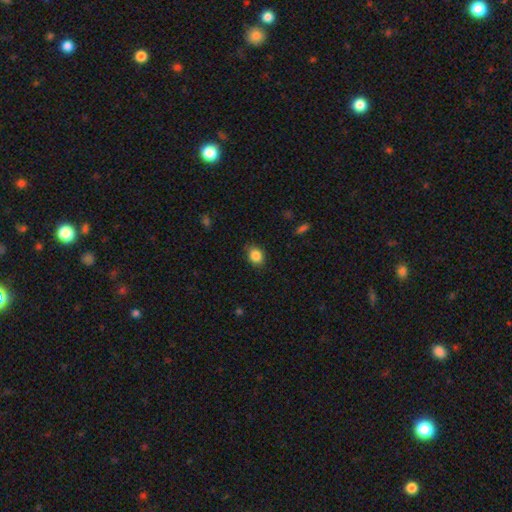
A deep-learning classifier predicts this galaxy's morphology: Smooth or featured?
  - smooth: 86% *
  - star or artifact: 9%
  - featured or disk: 5%
How rounded?
  - in between: 57% *
  - round: 42%
  - cigar-shaped: 1%
Merging?
  - none: 83% *
  - minor disturbance: 13%
  - major disturbance: 3%
  - merger: 1%